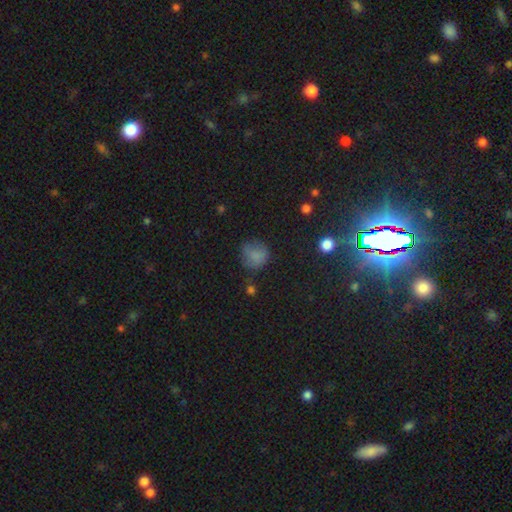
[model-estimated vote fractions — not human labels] The model was most divided on "merging": none: 60%, minor disturbance: 25%, major disturbance: 12%, merger: 3%. More confident: how rounded — round (80%); smooth or featured — smooth (74%).